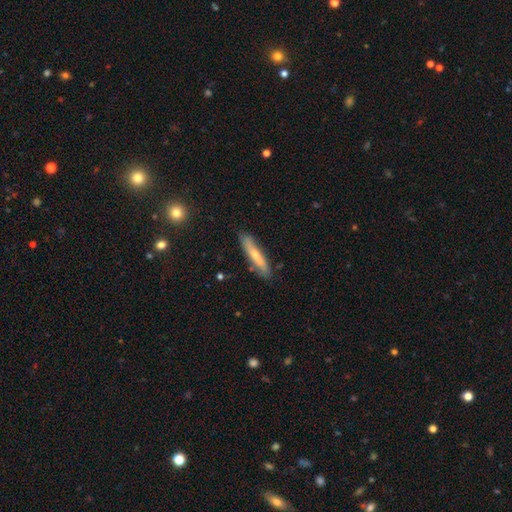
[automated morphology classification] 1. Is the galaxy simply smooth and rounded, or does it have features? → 57% smooth, 37% featured or disk, 6% star or artifact.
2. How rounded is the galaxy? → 89% cigar-shaped, 10% in between, 2% round.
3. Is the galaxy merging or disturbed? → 81% none, 14% minor disturbance, 2% major disturbance, 2% merger.